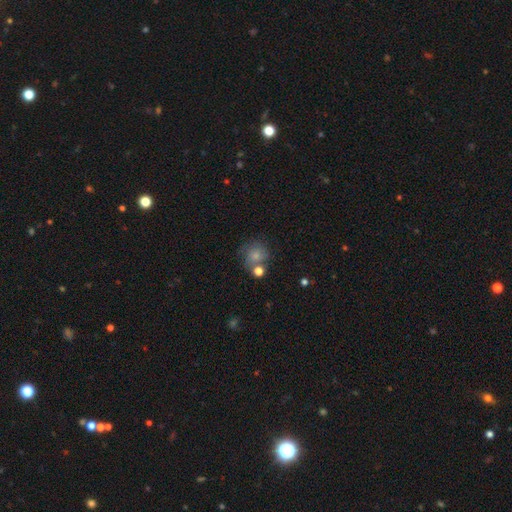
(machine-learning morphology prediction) smooth-or-featured: smooth: 71% | featured or disk: 19% | star or artifact: 11%
  how-rounded: round: 84% | in between: 15% | cigar-shaped: 1%
  merging: none: 56% | merger: 19% | minor disturbance: 17% | major disturbance: 8%